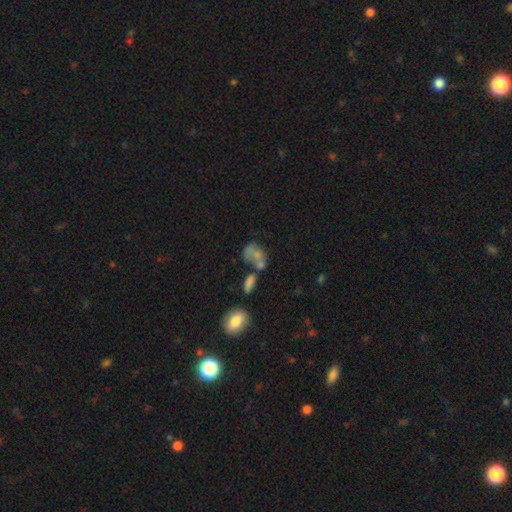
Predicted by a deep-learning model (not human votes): smooth-or-featured: smooth: 60% | featured or disk: 26% | star or artifact: 14%
  how-rounded: in between: 73% | round: 24% | cigar-shaped: 3%
  merging: merger: 47% | none: 24% | major disturbance: 16% | minor disturbance: 14%